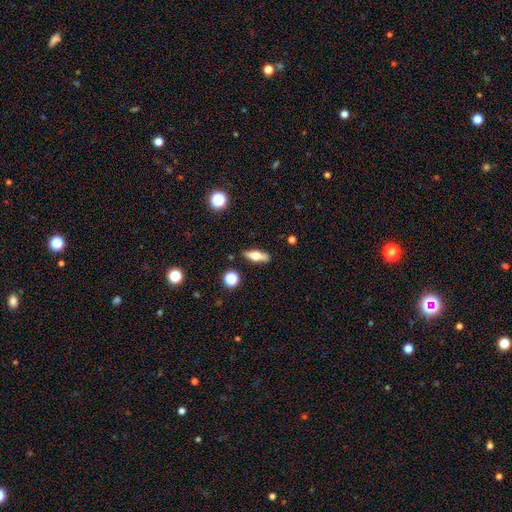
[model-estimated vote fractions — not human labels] This appears to be a smooth galaxy with no disk features (54%) that is in between round and cigar-shaped (52%). Merging: none (86%).